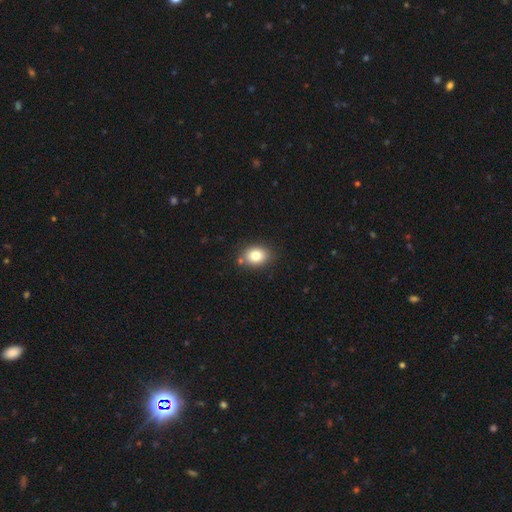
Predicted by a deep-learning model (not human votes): Morphology: type=smooth (81%); roundness=in between (59%); merging=none (81%).